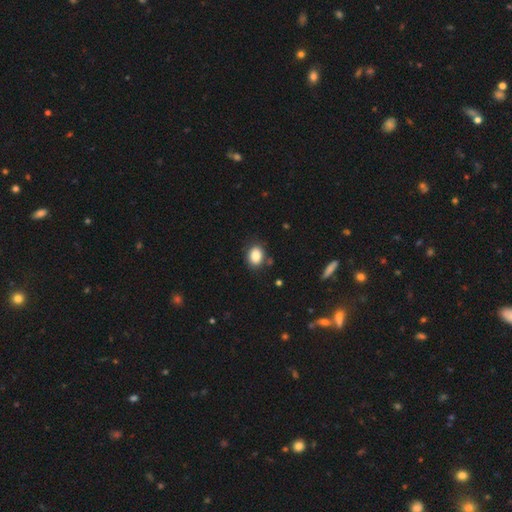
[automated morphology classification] Smooth or featured: smooth — 87% (star or artifact — 9%)
How rounded: in between — 61% (round — 38%)
Merging: none — 82% (minor disturbance — 12%)